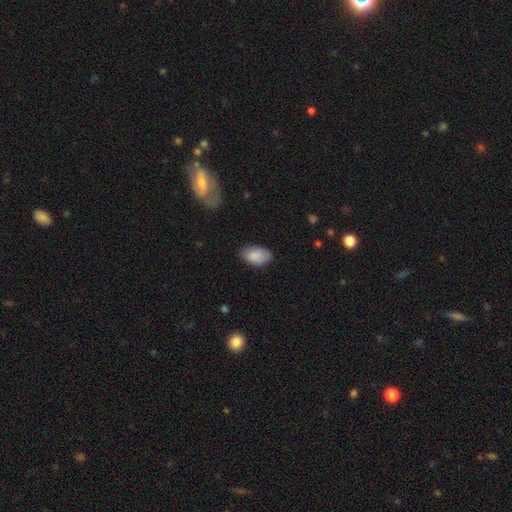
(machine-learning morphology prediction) This is clearly a smooth galaxy (87%). How rounded: clearly in between (94%). Merging: likely none (78%).